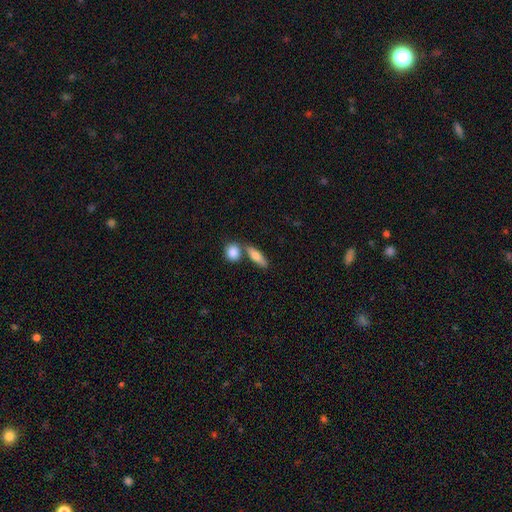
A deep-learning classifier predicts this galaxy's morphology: type=smooth (76%); roundness=in between (52%); merging=none (61%).